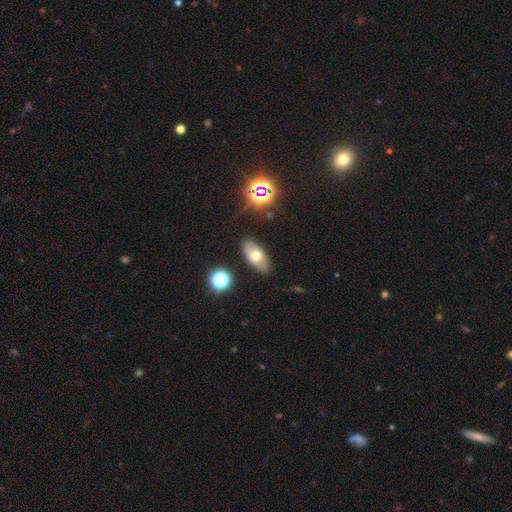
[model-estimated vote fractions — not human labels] Smooth or featured?
  - smooth: 59% *
  - featured or disk: 28%
  - star or artifact: 13%
How rounded?
  - in between: 88% *
  - cigar-shaped: 6%
  - round: 5%
Merging?
  - none: 82% *
  - minor disturbance: 13%
  - major disturbance: 3%
  - merger: 2%